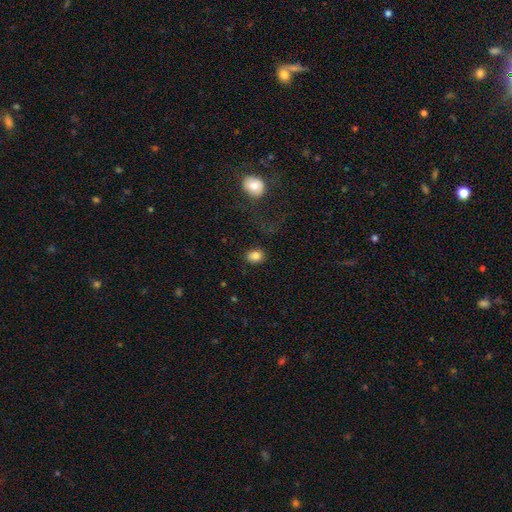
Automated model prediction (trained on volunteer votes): A smooth galaxy with no disk features (83%) that is in between round and cigar-shaped (59%). Merging: none (83%).